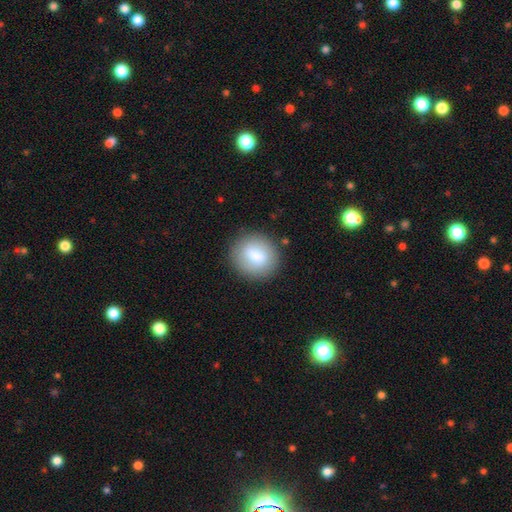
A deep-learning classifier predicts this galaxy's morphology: smooth_or_featured: smooth (p=0.76) [alt: featured or disk p=0.16]
how_rounded: round (p=0.78) [alt: in between p=0.20]
merging: none (p=0.83) [alt: minor disturbance p=0.11]